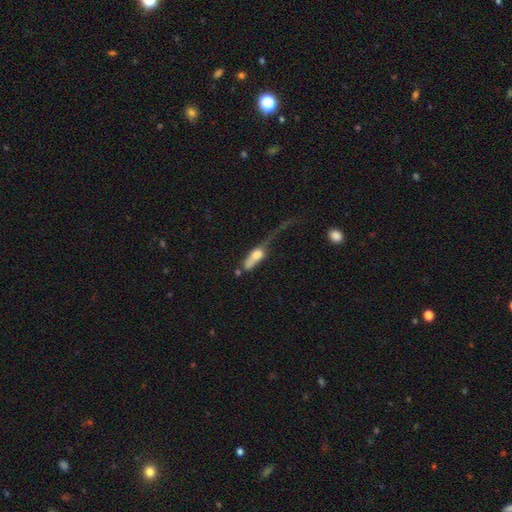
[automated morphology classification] Smooth or featured? Predicted: smooth (p=0.62). How rounded? Predicted: in between (p=0.60). Merging? Predicted: major disturbance (p=0.55).